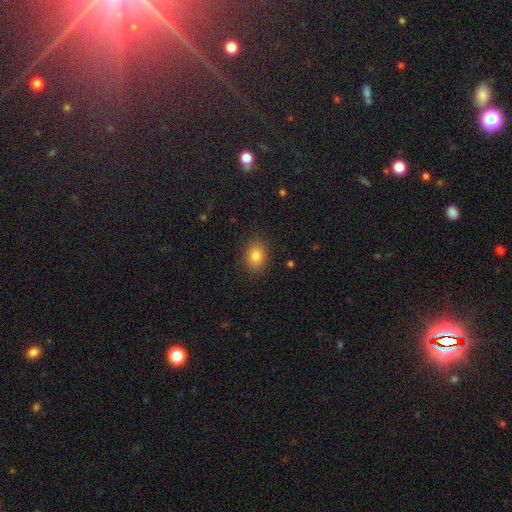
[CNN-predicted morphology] This is clearly a smooth galaxy (83%). How rounded: likely in between (61%). Merging: clearly none (87%).